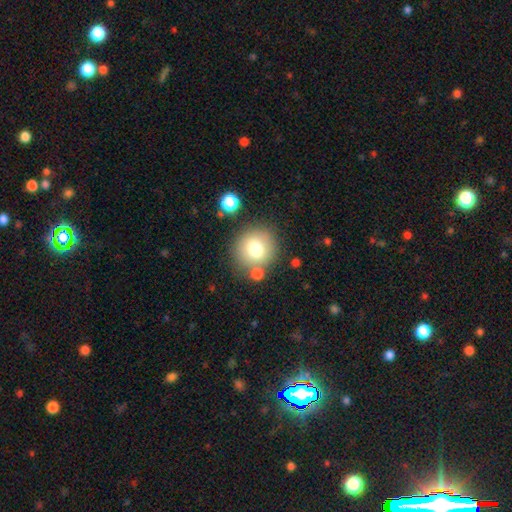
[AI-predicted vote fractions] Smooth or featured? smooth (63%)
How rounded? round (90%)
Merging? none (83%)